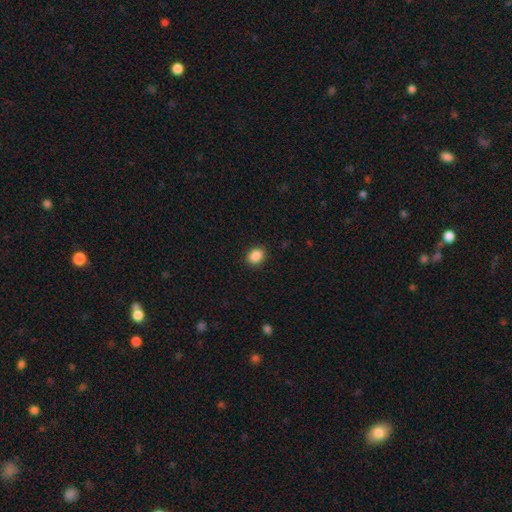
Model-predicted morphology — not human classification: type=smooth (88%); roundness=in between (57%); merging=none (90%).